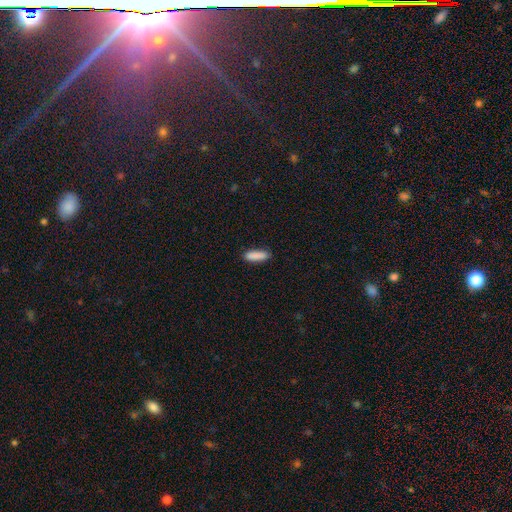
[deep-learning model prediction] A smooth galaxy with no disk features (89%) that is cigar-shaped (54%).

Vote fractions:
- Smooth or featured? smooth: 89% / star or artifact: 7% / featured or disk: 5%
- How rounded? cigar-shaped: 54% / in between: 45% / round: 2%
- Merging? none: 86% / minor disturbance: 10% / major disturbance: 2% / merger: 1%